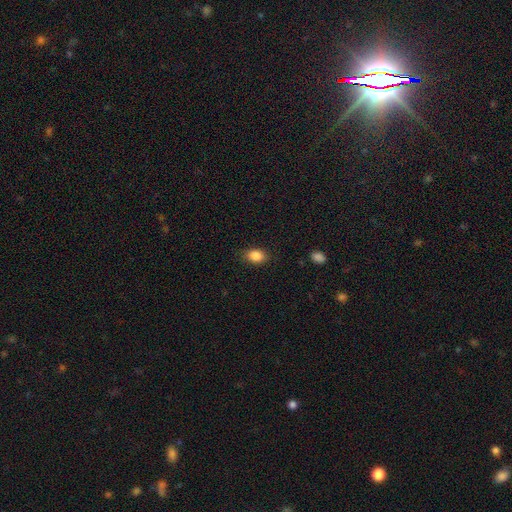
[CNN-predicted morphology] This appears to be a smooth galaxy with no disk features (87%) that is in between round and cigar-shaped (80%). Merging: none (83%).